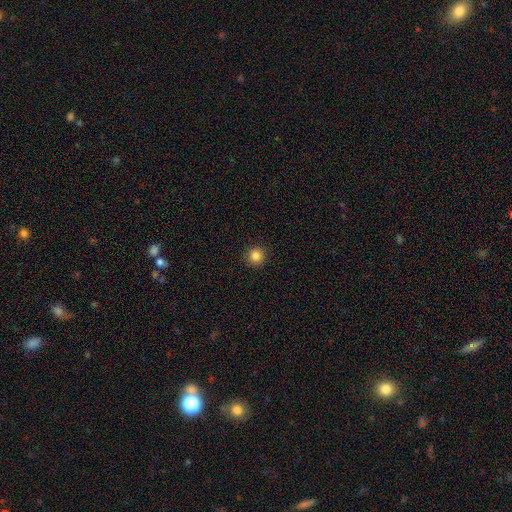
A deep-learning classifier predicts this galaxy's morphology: This appears to be a smooth galaxy with no disk features (84%) that is round (94%). Merging: none (92%).